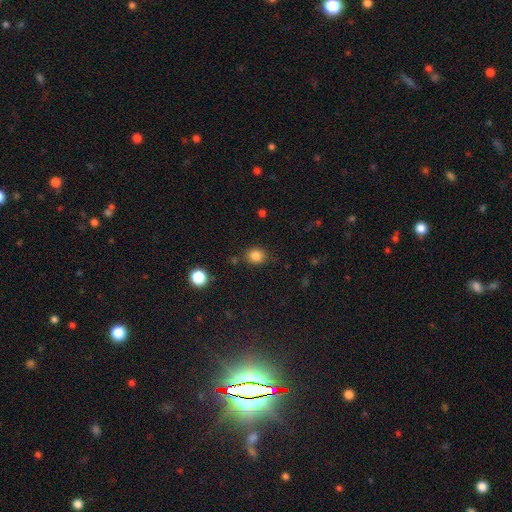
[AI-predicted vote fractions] Q: Smooth or featured?
A: smooth (83%); runner-up: star or artifact (12%)
Q: How rounded?
A: round (70%); runner-up: in between (29%)
Q: Merging?
A: none (80%); runner-up: minor disturbance (12%)